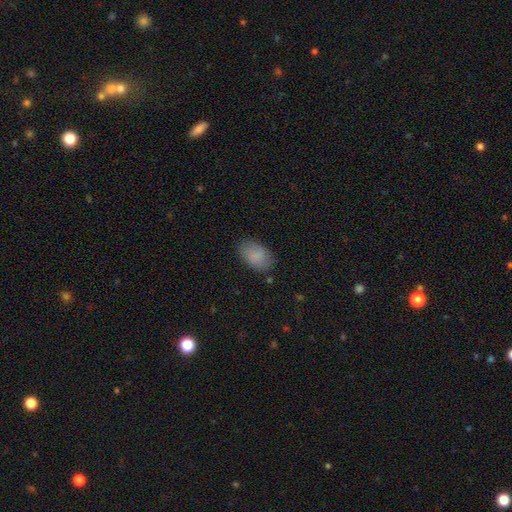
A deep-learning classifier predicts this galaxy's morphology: Smooth or featured?
  - smooth: 87% *
  - star or artifact: 7%
  - featured or disk: 6%
How rounded?
  - in between: 91% *
  - round: 8%
  - cigar-shaped: 1%
Merging?
  - none: 82% *
  - minor disturbance: 13%
  - major disturbance: 3%
  - merger: 1%